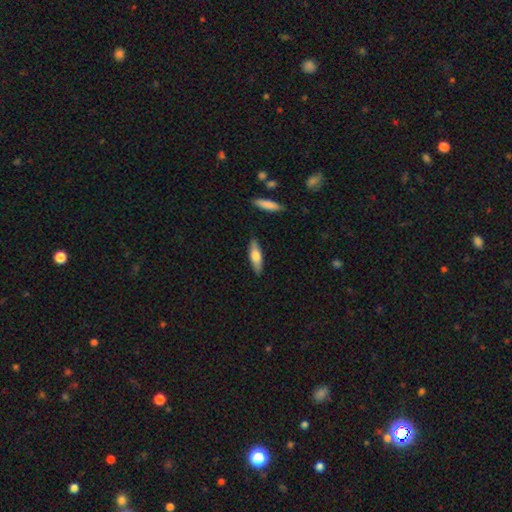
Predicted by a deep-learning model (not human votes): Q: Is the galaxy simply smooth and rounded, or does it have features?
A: smooth — 67%.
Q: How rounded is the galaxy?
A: cigar-shaped — 52%.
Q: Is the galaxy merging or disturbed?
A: none — 85%.